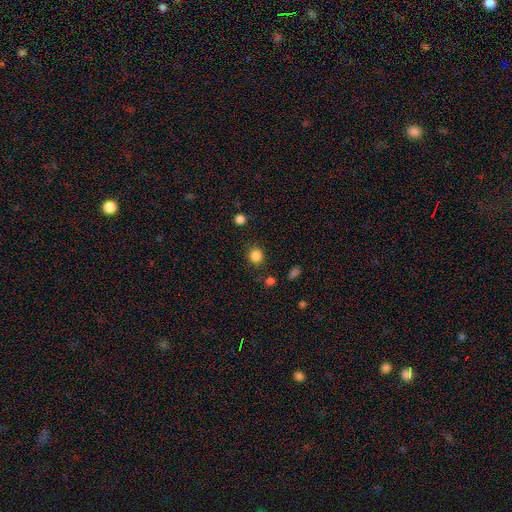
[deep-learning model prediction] This appears to be a smooth galaxy with no disk features (85%) that is round (89%). Merging: none (85%).